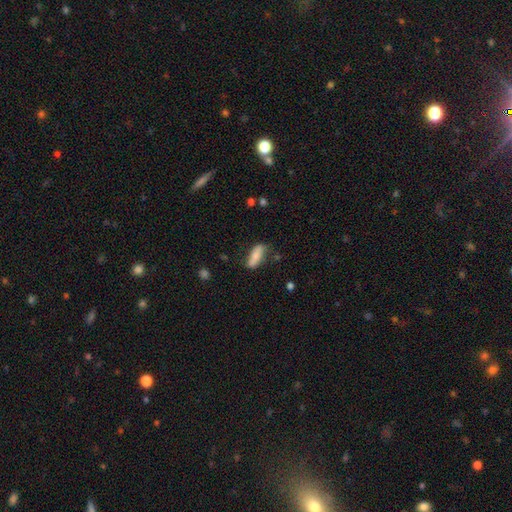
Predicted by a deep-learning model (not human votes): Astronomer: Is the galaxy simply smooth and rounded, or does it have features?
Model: smooth — 72%.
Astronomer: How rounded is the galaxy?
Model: in between — 62%.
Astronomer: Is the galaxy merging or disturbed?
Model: none — 67%.